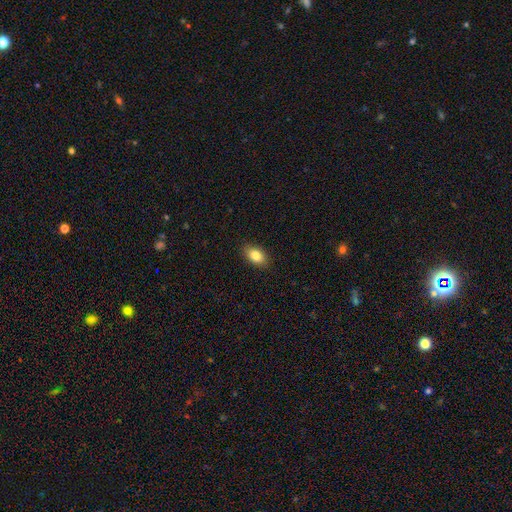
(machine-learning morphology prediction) Overall: smooth (84%). How rounded: in between (88%). Merging: none (88%).